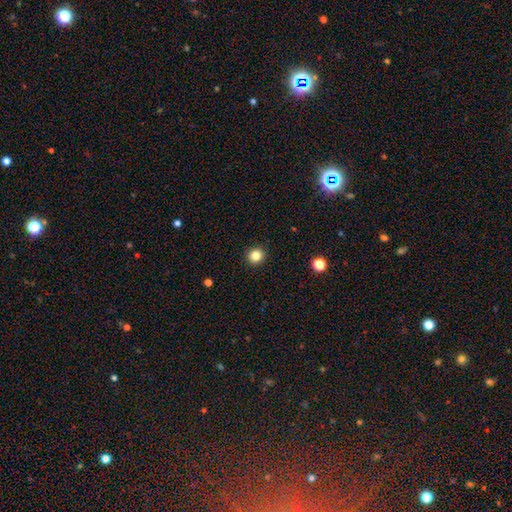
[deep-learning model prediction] A smooth galaxy with no disk features (84%) that is round (90%).

Vote fractions:
- Smooth or featured? smooth: 84% / star or artifact: 12% / featured or disk: 5%
- How rounded? round: 90% / in between: 9% / cigar-shaped: 1%
- Merging? none: 93% / minor disturbance: 5% / major disturbance: 2% / merger: 1%